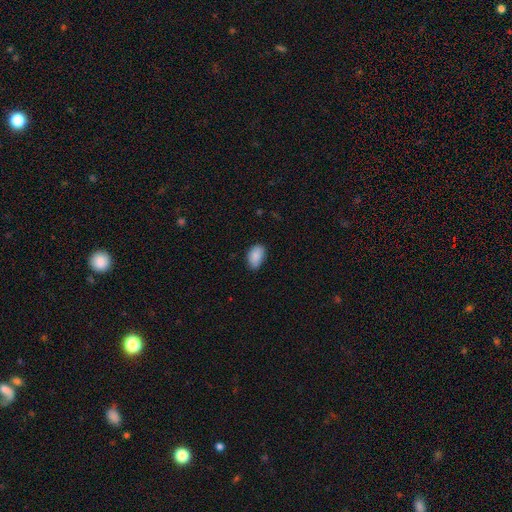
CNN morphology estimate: This is clearly a smooth galaxy (86%). How rounded: clearly in between (91%). Merging: likely none (73%).